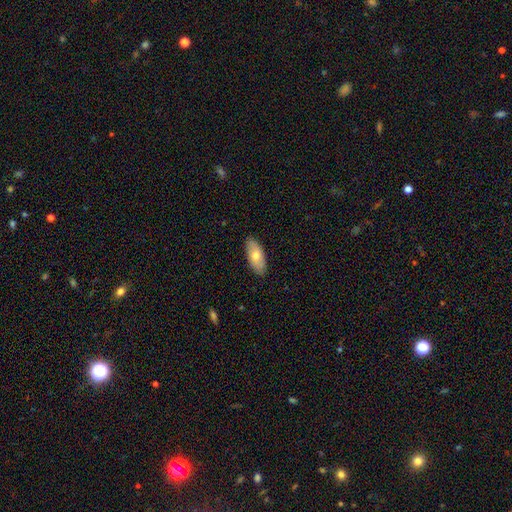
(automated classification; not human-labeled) Smooth or featured? smooth (68%)
How rounded? in between (87%)
Merging? none (88%)